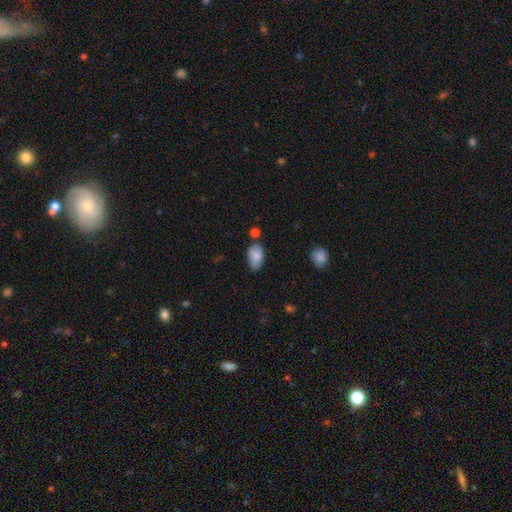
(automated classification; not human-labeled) Overall: smooth (86%). How rounded: in between (93%). Merging: none (65%).